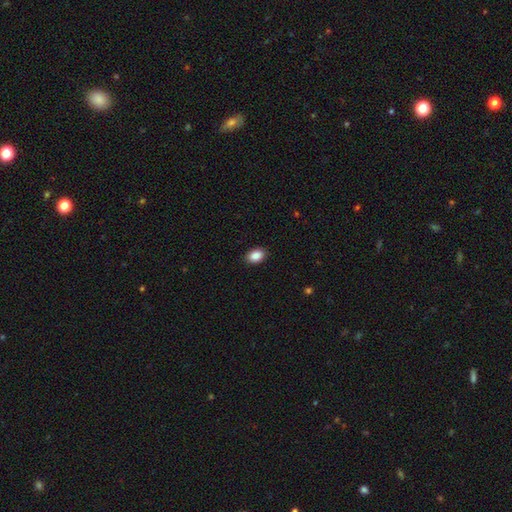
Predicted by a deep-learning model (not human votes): This is clearly a smooth galaxy (89%). How rounded: clearly in between (82%). Merging: clearly none (90%).